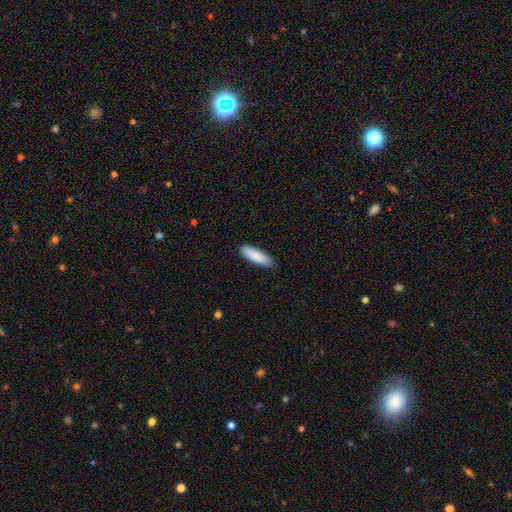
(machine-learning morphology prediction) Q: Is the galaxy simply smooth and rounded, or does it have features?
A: smooth — 88%.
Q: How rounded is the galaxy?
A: cigar-shaped — 51%.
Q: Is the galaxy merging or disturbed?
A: none — 85%.